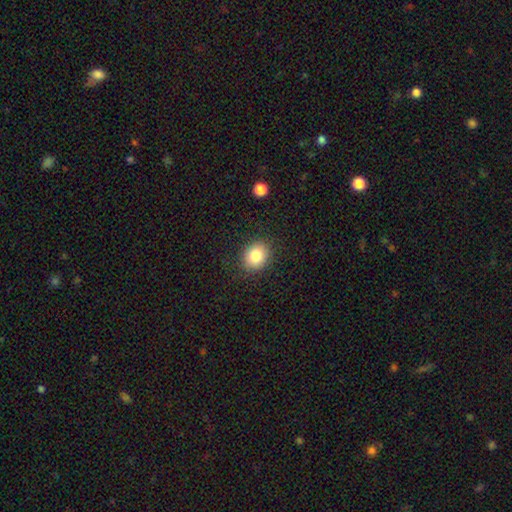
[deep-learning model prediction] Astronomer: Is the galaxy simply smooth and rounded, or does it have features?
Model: smooth — 84%.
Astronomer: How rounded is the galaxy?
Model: round — 62% (runner-up: in between, 38%).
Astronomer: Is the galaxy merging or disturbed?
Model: none — 87%.